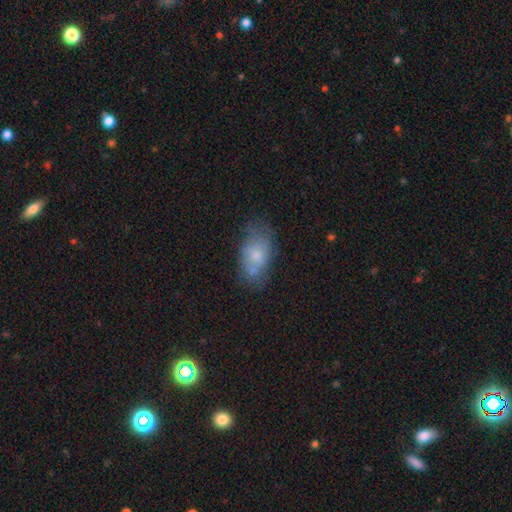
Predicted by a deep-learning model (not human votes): Smooth or featured? smooth (64%)
How rounded? in between (89%)
Merging? none (51%)